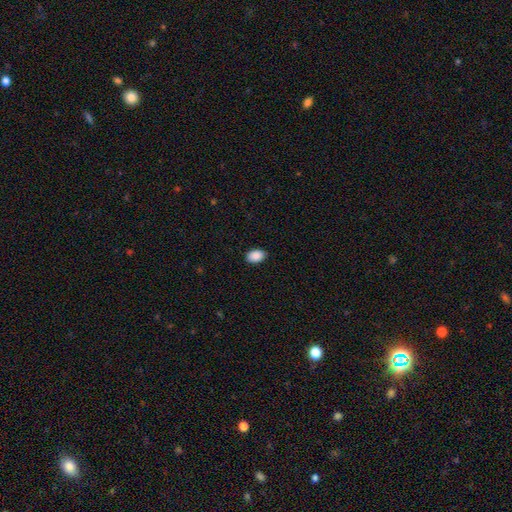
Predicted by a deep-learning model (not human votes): A smooth galaxy with no disk features (90%) that is in between round and cigar-shaped (85%).

Vote fractions:
- Smooth or featured? smooth: 90% / star or artifact: 7% / featured or disk: 3%
- How rounded? in between: 85% / round: 14% / cigar-shaped: 1%
- Merging? none: 87% / minor disturbance: 10% / major disturbance: 2% / merger: 1%